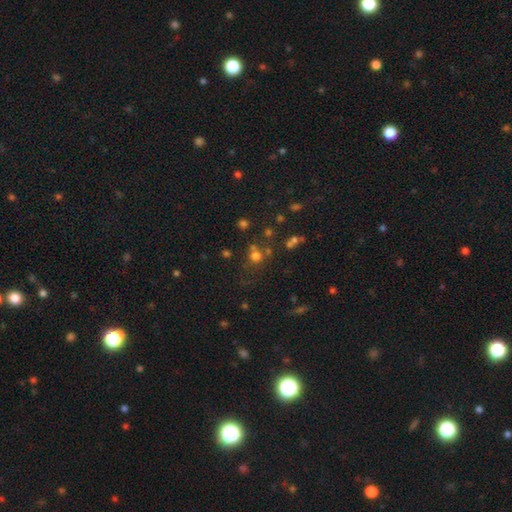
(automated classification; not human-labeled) smooth_or_featured: smooth (p=0.65) [alt: star or artifact p=0.25]
how_rounded: round (p=0.86) [alt: in between p=0.13]
merging: none (p=0.64) [alt: merger p=0.19]